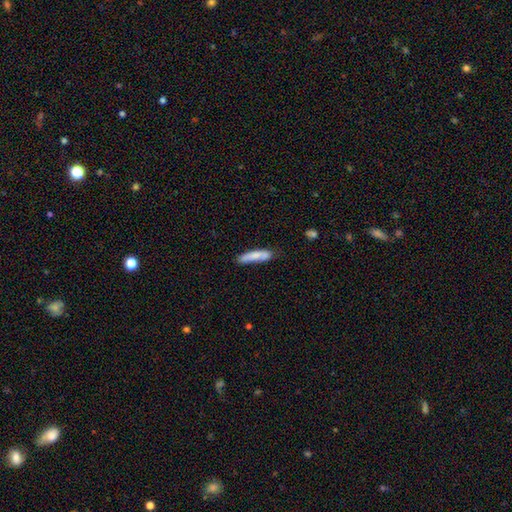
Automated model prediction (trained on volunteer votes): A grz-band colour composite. It shows a smooth galaxy with no disk features (78%) that is cigar-shaped (77%). Merging: none (66%).